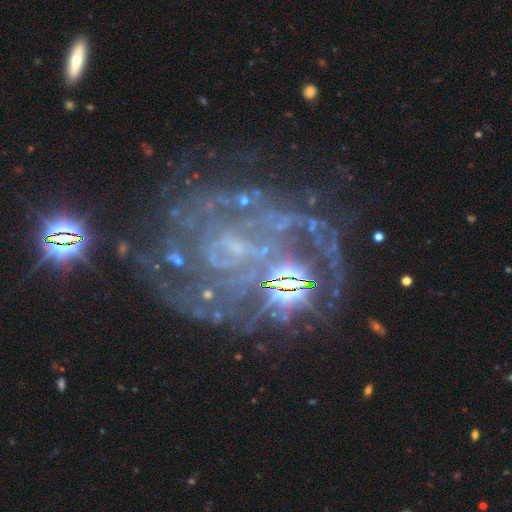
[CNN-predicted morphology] Smooth or featured? Predicted: featured or disk (p=0.83). Edge-on disk? Predicted: no (p=0.98). Bar? Predicted: no (p=0.50). Spiral arms? Predicted: yes (p=0.85). Spiral winding? Predicted: tight (p=0.54). Spiral arm count? Predicted: can't tell (p=0.40). Bulge size? Predicted: small (p=0.43). Merging? Predicted: none (p=0.59).